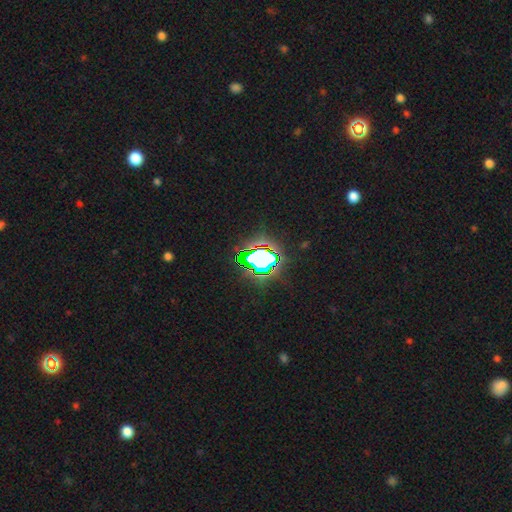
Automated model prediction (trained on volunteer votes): This appears to be a star or artifact, not a galaxy (72%).